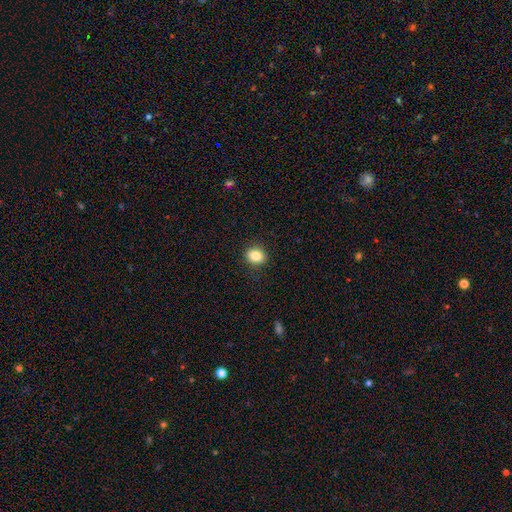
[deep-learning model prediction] This appears to be a smooth galaxy with no disk features (84%) that is round (62%). Merging: none (90%).